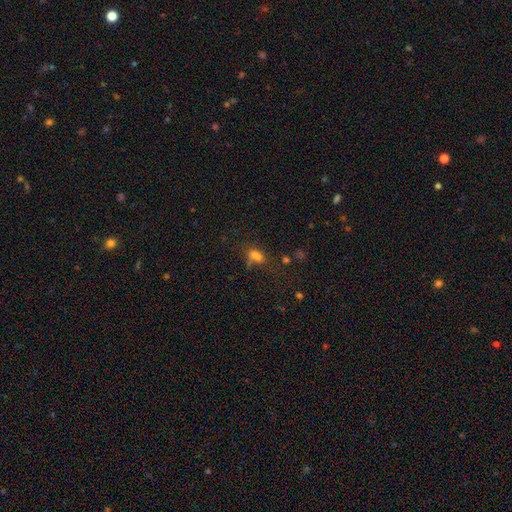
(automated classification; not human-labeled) Smooth or featured? Predicted: smooth (p=0.71). How rounded? Predicted: in between (p=0.77). Merging? Predicted: none (p=0.46).